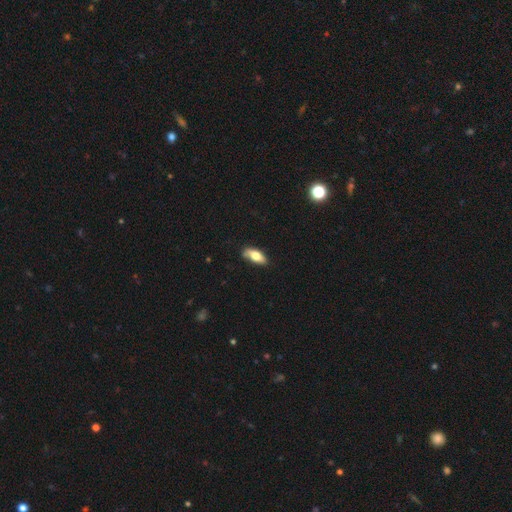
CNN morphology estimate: Overall: smooth (72%). How rounded: in between (81%). Merging: none (73%).